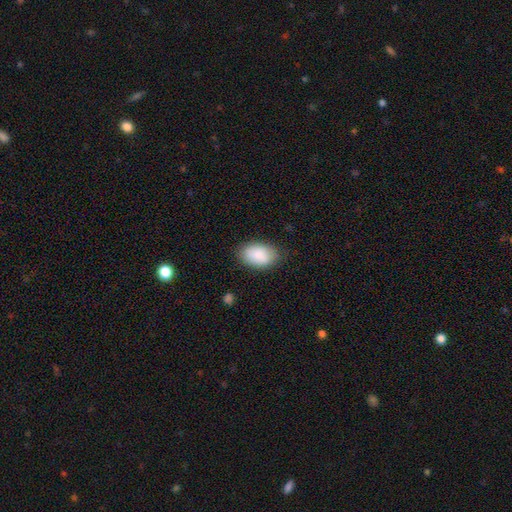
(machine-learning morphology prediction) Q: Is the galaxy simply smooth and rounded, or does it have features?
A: smooth — 87%.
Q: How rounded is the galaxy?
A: in between — 92%.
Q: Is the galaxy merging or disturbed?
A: none — 82%.